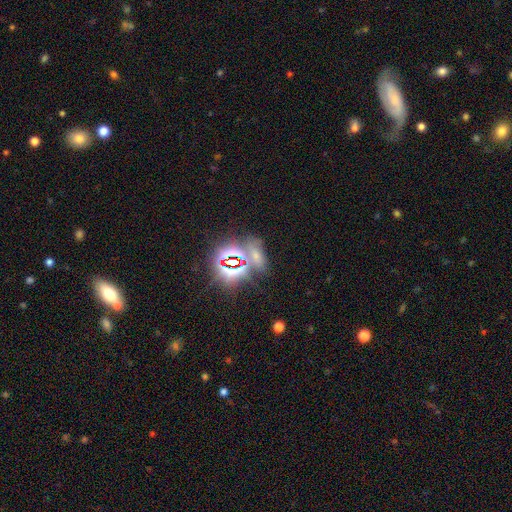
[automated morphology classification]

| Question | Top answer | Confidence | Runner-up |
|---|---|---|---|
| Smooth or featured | star or artifact | 55% | smooth (35%) |